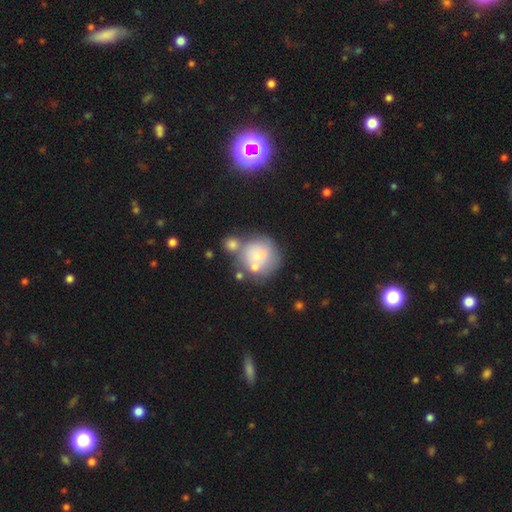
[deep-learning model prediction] Smooth or featured?
  - smooth: 56% *
  - featured or disk: 32%
  - star or artifact: 12%
How rounded?
  - round: 88% *
  - in between: 11%
  - cigar-shaped: 1%
Merging?
  - none: 43% *
  - merger: 30%
  - minor disturbance: 17%
  - major disturbance: 11%